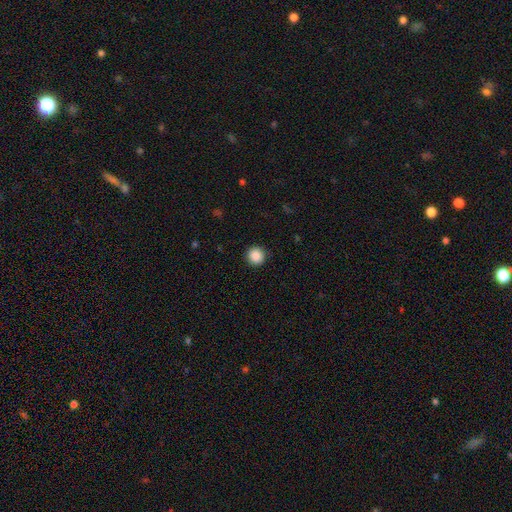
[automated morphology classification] type=smooth (88%); roundness=round (95%); merging=none (91%).